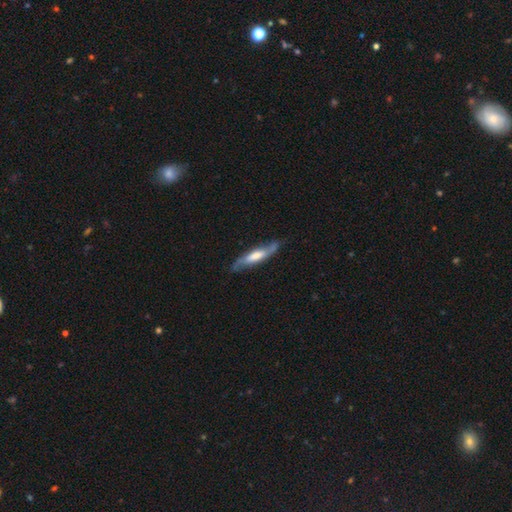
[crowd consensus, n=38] smooth-or-featured: featured or disk: 76% | smooth: 18% | star or artifact: 5%
  disk-edge-on: no: 62% | yes: 38%
    bar: no: 56% | weak: 33% | strong: 11%
    has-spiral-arms: yes: 94% | no: 6%
      spiral-winding: loose: 76% | medium: 24% | tight: 0%
      spiral-arm-count: 2: 76% | can't tell: 24% | 1: 0% | 3: 0% | 4: 0% | more than 4: 0%
    bulge-size: moderate: 50% | large: 33% | small: 11% | none: 6% | dominant: 0%
  merging: none: 78% | minor disturbance: 14% | major disturbance: 8% | merger: 0%